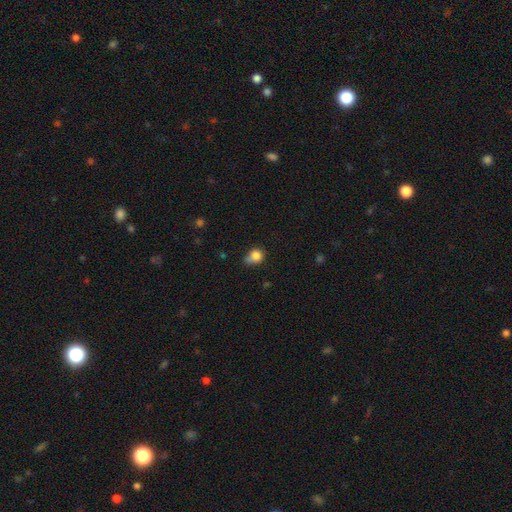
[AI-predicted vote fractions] smooth 81%, star or artifact 11%, featured or disk 8%. Down the decision tree: how rounded — round (62%); merging — minor disturbance (39%).